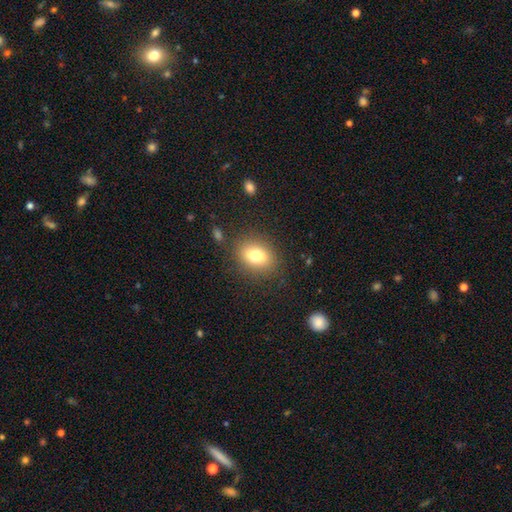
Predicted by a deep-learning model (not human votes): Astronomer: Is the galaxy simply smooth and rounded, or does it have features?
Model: smooth — 77%.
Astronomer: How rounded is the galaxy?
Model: in between — 69%.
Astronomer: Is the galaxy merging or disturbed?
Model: none — 83%.